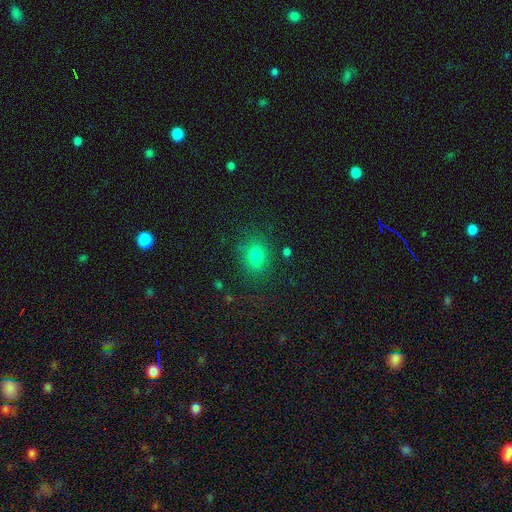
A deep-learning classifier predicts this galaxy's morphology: Smooth or featured?
  - smooth: 76% *
  - star or artifact: 15%
  - featured or disk: 9%
How rounded?
  - round: 57% *
  - in between: 42%
  - cigar-shaped: 1%
Merging?
  - none: 79% *
  - minor disturbance: 13%
  - major disturbance: 5%
  - merger: 2%